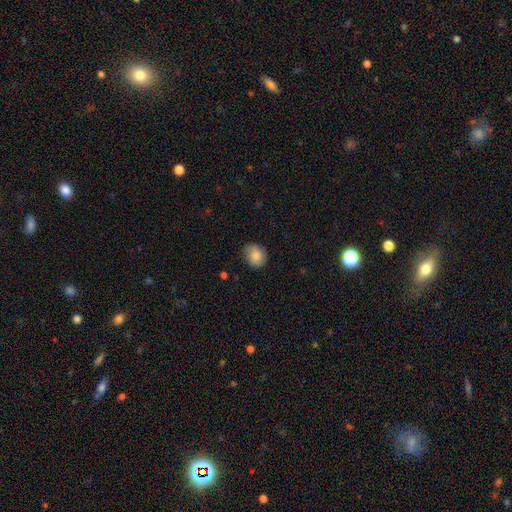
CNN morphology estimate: Q: Smooth or featured?
A: smooth (83%); runner-up: featured or disk (9%)
Q: How rounded?
A: round (60%); runner-up: in between (39%)
Q: Merging?
A: none (76%); runner-up: minor disturbance (19%)